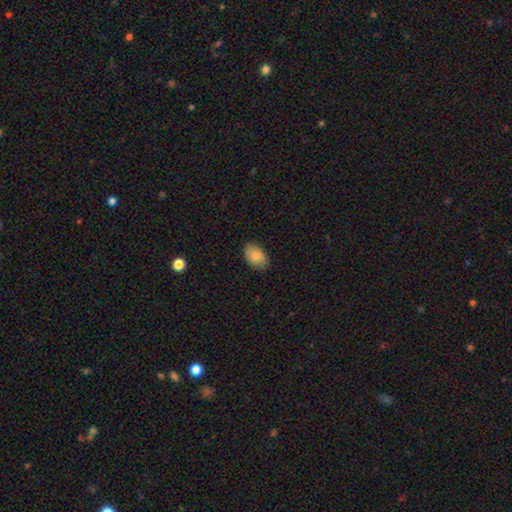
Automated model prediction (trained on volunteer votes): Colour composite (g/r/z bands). It shows a smooth galaxy with no disk features (85%) that is in between round and cigar-shaped (88%). Merging: none (81%).